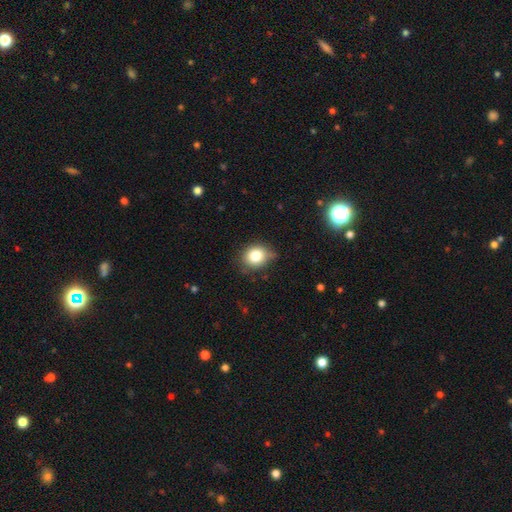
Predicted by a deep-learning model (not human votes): A smooth galaxy with no disk features (81%) that is round (68%). Merging: none (70%).